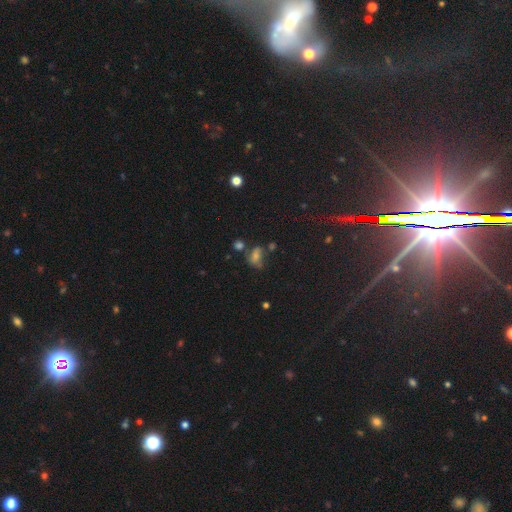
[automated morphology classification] Smooth or featured?
  - smooth: 46% *
  - star or artifact: 36%
  - featured or disk: 18%
Merging?
  - none: 45% *
  - minor disturbance: 22%
  - merger: 16%
  - major disturbance: 16%